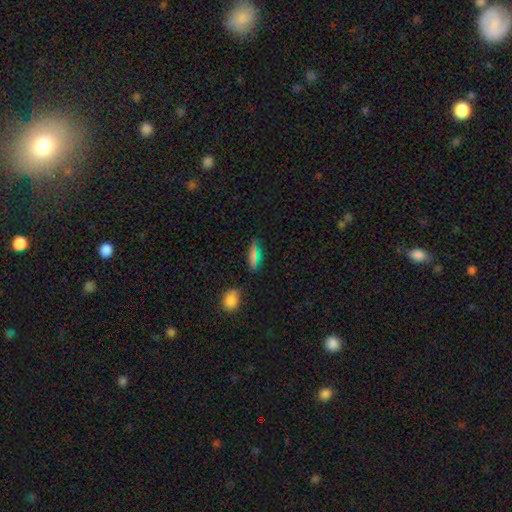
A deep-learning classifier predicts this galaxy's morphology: Smooth or featured: smooth — 72% (star or artifact — 17%)
How rounded: in between — 56% (cigar-shaped — 39%)
Merging: none — 81% (minor disturbance — 13%)